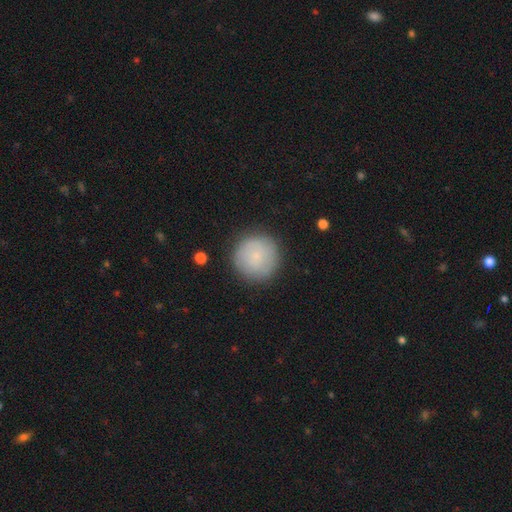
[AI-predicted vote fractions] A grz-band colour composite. It shows a smooth galaxy with no disk features (78%) that is round (96%). Merging: none (87%).